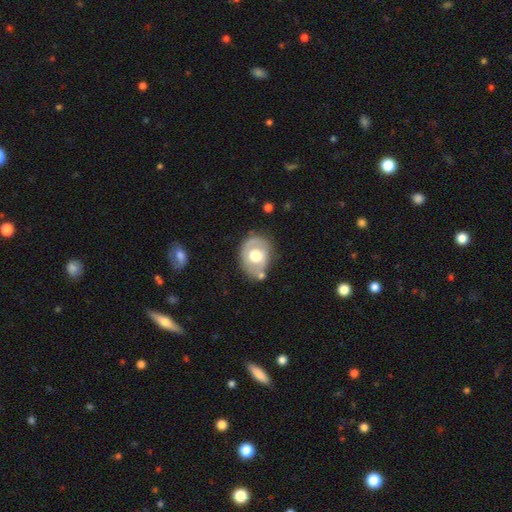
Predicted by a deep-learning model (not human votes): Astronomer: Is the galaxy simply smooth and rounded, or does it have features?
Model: smooth — 48% (runner-up: featured or disk, 45%).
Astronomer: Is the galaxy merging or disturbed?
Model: none — 59%.